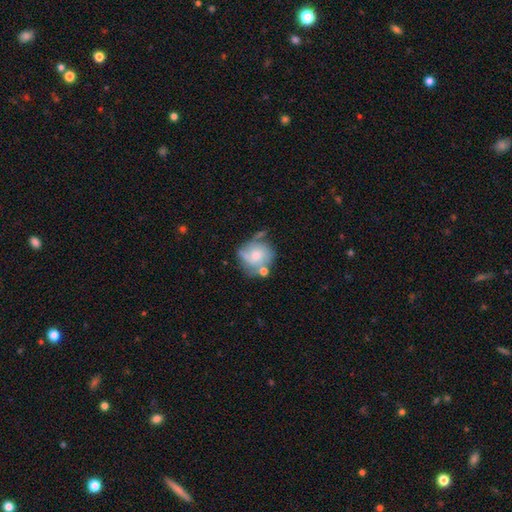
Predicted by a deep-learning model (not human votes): smooth_or_featured: featured or disk (p=0.52) [alt: smooth p=0.40]
disk_edge_on: no (p=0.97) [alt: yes p=0.03]
bar: no (p=0.76) [alt: weak p=0.20]
has_spiral_arms: yes (p=0.69) [alt: no p=0.31]
bulge_size: moderate (p=0.49) [alt: small p=0.34]
merging: none (p=0.44) [alt: minor disturbance p=0.25]